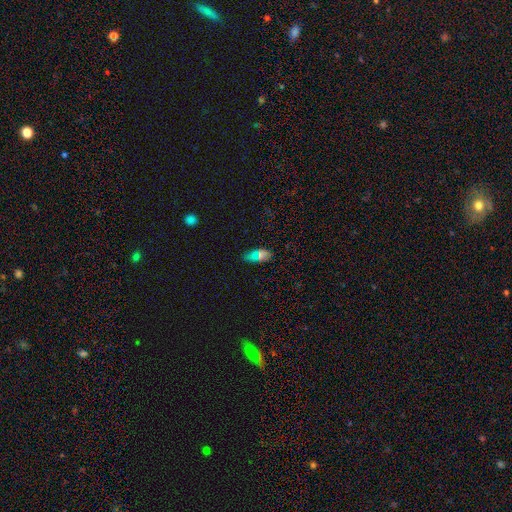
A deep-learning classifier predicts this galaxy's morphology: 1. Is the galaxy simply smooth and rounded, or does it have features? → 66% smooth, 22% star or artifact, 12% featured or disk.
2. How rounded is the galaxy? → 85% in between, 11% cigar-shaped, 4% round.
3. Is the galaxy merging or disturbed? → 77% none, 17% minor disturbance, 4% major disturbance, 2% merger.